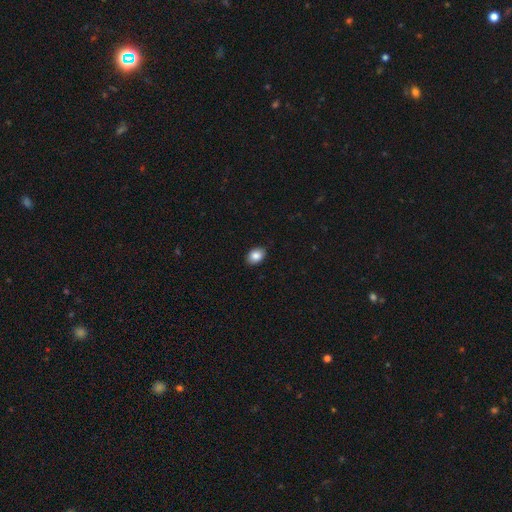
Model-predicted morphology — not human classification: smooth_or_featured: smooth (p=0.87) [alt: star or artifact p=0.08]
how_rounded: in between (p=0.77) [alt: round p=0.22]
merging: none (p=0.88) [alt: minor disturbance p=0.09]